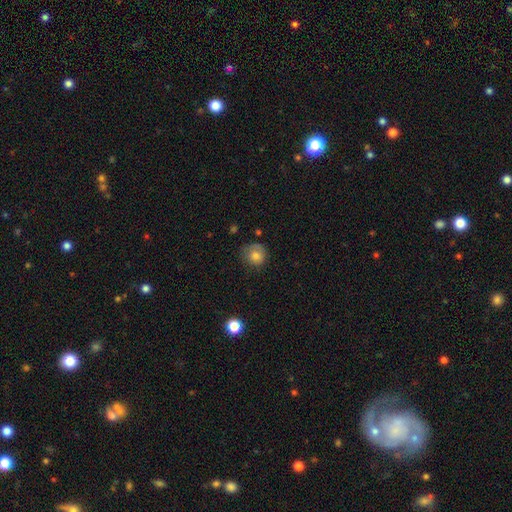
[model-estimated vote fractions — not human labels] Smooth or featured: smooth — 75% (featured or disk — 16%)
How rounded: round — 85% (in between — 14%)
Merging: none — 61% (minor disturbance — 26%)